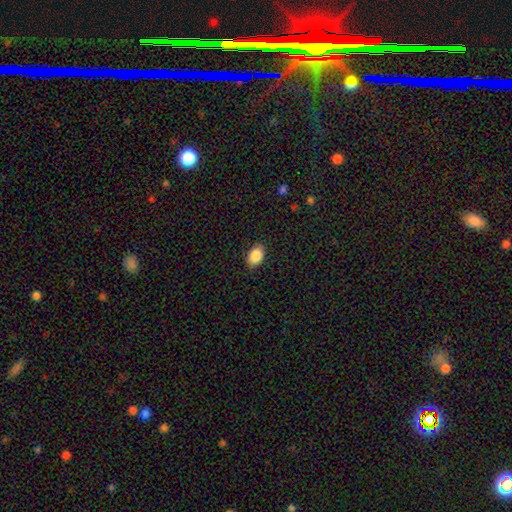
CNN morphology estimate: Smooth or featured? Predicted: smooth (p=0.89). How rounded? Predicted: in between (p=0.88). Merging? Predicted: none (p=0.89).